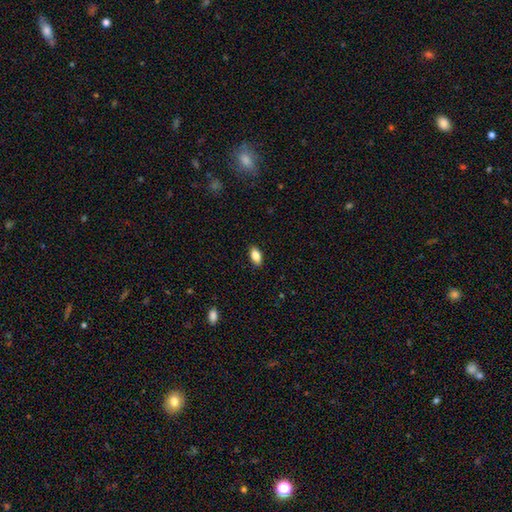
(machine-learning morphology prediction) Smooth or featured?
  - smooth: 85% *
  - star or artifact: 8%
  - featured or disk: 7%
How rounded?
  - in between: 90% *
  - cigar-shaped: 6%
  - round: 4%
Merging?
  - none: 89% *
  - minor disturbance: 9%
  - major disturbance: 2%
  - merger: 1%